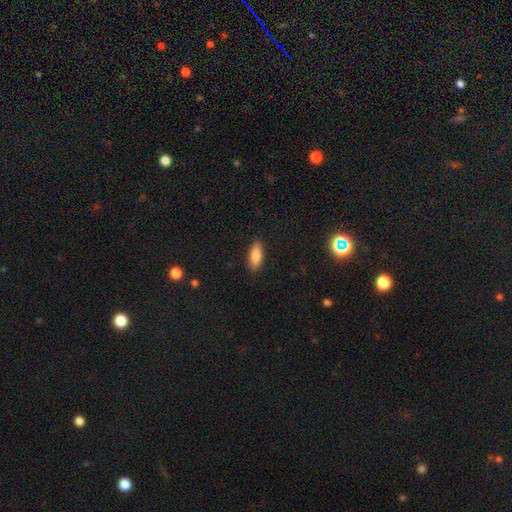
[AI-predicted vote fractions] Overall: smooth (85%). How rounded: in between (77%). Merging: none (87%).